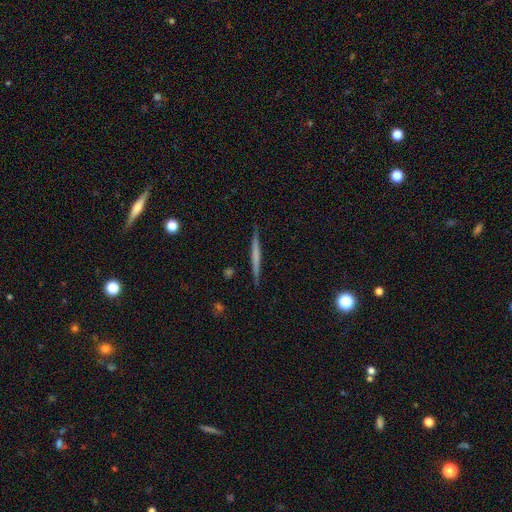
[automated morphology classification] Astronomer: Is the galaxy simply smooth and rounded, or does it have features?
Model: featured or disk — 48% (runner-up: smooth, 46%).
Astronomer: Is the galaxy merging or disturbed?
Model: none — 91%.